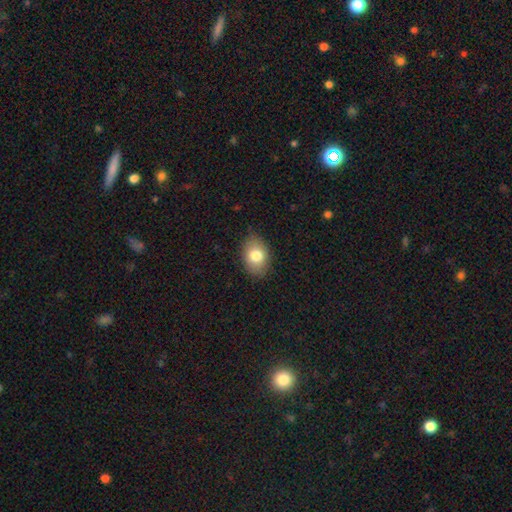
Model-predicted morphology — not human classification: smooth 78%, featured or disk 13%, star or artifact 8%. Down the decision tree: how rounded — in between (82%); merging — none (83%).